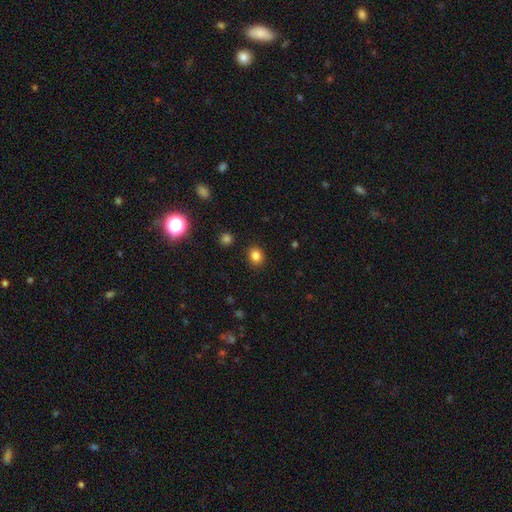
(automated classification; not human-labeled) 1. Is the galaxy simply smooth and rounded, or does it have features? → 83% smooth, 12% star or artifact, 5% featured or disk.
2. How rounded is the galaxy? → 67% round, 33% in between, 1% cigar-shaped.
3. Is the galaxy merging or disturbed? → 89% none, 7% minor disturbance, 2% major disturbance, 2% merger.